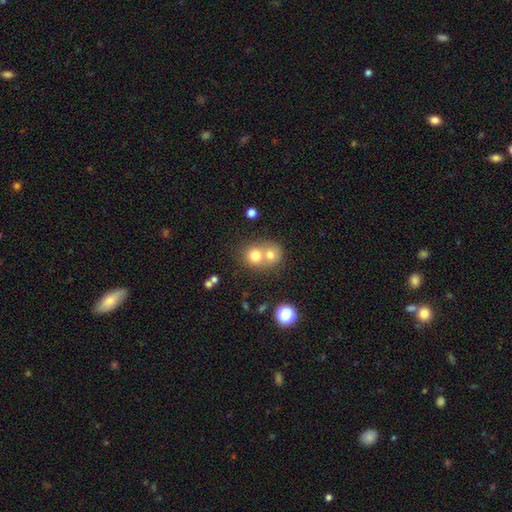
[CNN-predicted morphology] The model was most divided on "merging": merger: 63%, none: 30%, minor disturbance: 5%, major disturbance: 3%. More confident: how rounded — round (79%); smooth or featured — smooth (73%).